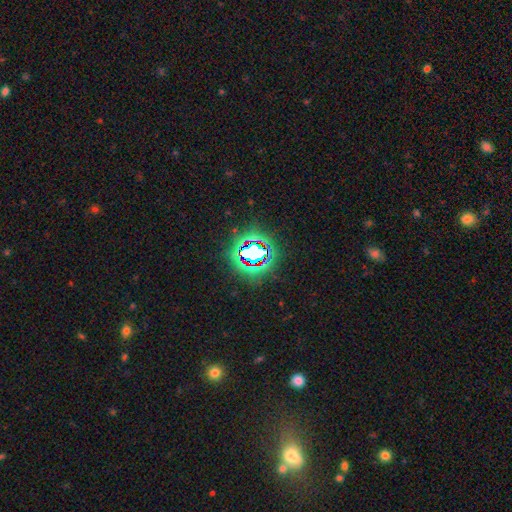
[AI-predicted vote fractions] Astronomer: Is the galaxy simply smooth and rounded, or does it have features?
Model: star or artifact — 70%.